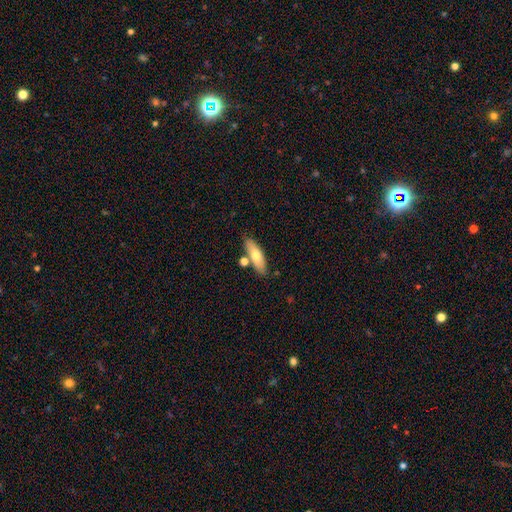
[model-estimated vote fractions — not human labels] Smooth or featured? smooth (68%)
How rounded? in between (54%)
Merging? none (74%)